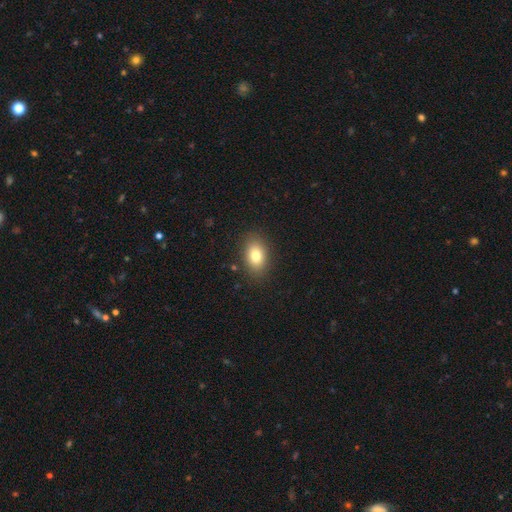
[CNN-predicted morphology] smooth 80%, featured or disk 11%, star or artifact 10%. Down the decision tree: how rounded — in between (83%); merging — none (87%).